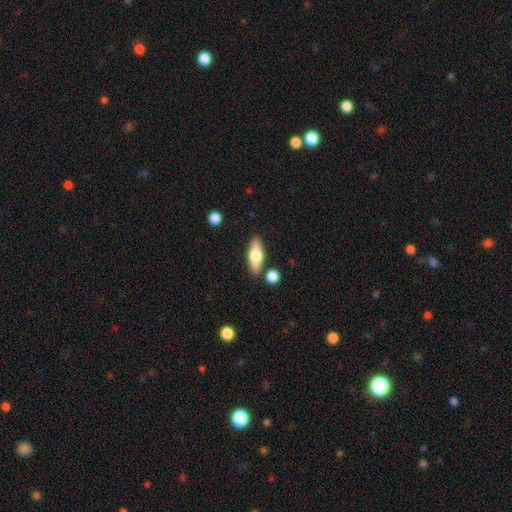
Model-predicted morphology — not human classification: Q: Smooth or featured?
A: smooth (53%); runner-up: featured or disk (41%)
Q: How rounded?
A: in between (58%); runner-up: cigar-shaped (38%)
Q: Merging?
A: none (83%); runner-up: minor disturbance (9%)